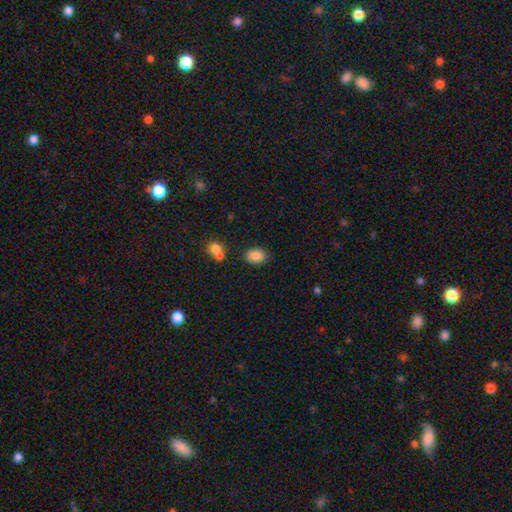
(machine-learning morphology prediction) smooth_or_featured: smooth (p=0.86) [alt: star or artifact p=0.09]
how_rounded: in between (p=0.80) [alt: round p=0.19]
merging: none (p=0.77) [alt: minor disturbance p=0.13]